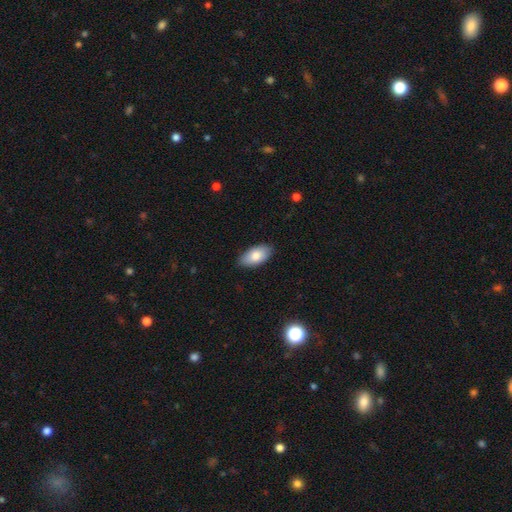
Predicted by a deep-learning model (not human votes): smooth_or_featured: smooth (p=0.82) [alt: featured or disk p=0.12]
how_rounded: in between (p=0.94) [alt: round p=0.03]
merging: none (p=0.86) [alt: minor disturbance p=0.11]